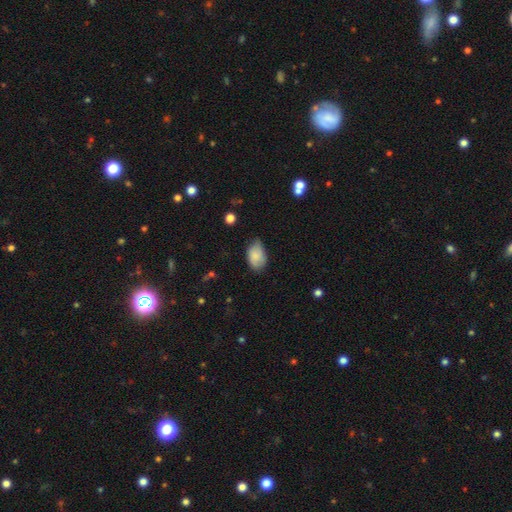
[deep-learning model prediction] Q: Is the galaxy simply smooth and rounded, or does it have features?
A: smooth — 80%.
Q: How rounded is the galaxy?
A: in between — 89%.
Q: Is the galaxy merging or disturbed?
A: none — 54%.